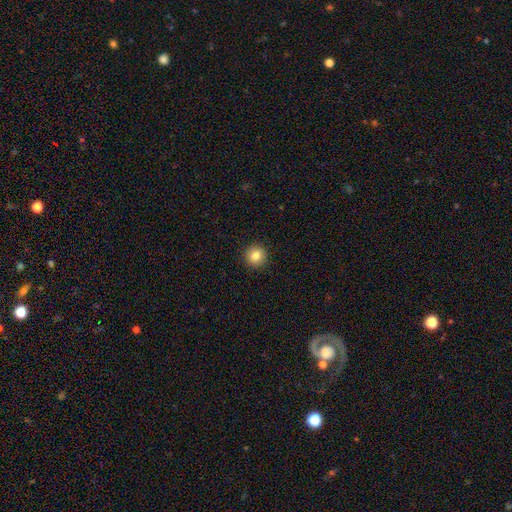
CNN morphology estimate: This appears to be a smooth galaxy with no disk features (83%) that is round (95%). Merging: none (93%).